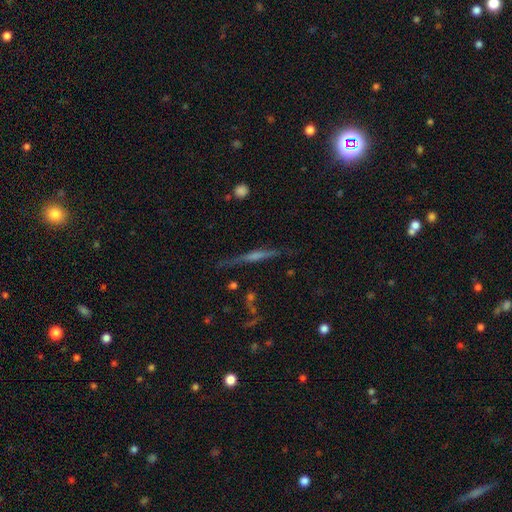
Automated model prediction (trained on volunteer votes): Smooth or featured?
  - featured or disk: 67% *
  - smooth: 20%
  - star or artifact: 12%
Edge-on disk?
  - yes: 95% *
  - no: 5%
Edge-on bulge?
  - rounded: 55% *
  - none: 25%
  - boxy: 19%
Merging?
  - none: 82% *
  - minor disturbance: 12%
  - major disturbance: 4%
  - merger: 2%